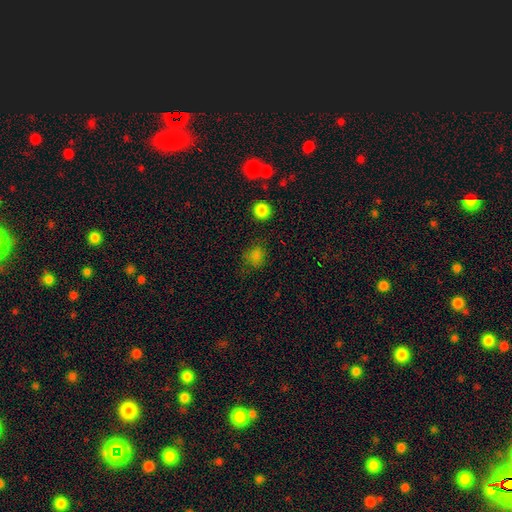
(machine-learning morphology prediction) smooth 75%, star or artifact 20%, featured or disk 5%. Down the decision tree: how rounded — round (72%); merging — none (73%).